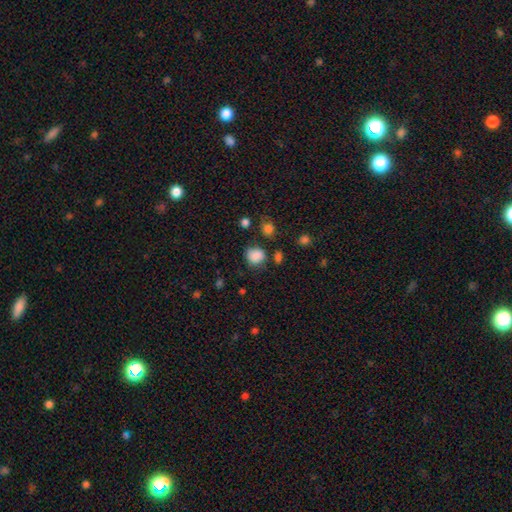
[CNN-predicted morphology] This appears to be a smooth galaxy with no disk features (85%) that is round (76%). Merging: none (70%).